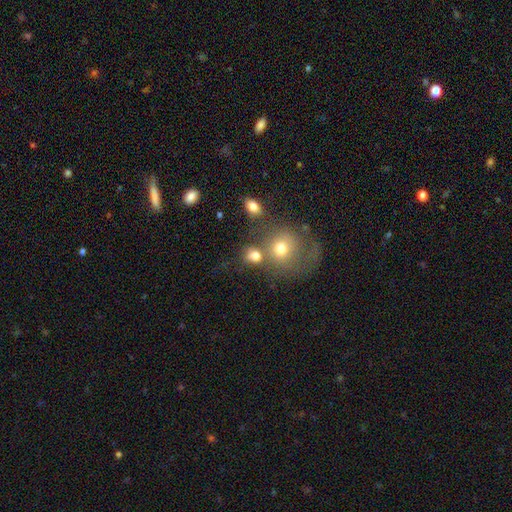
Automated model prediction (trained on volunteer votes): smooth 73%, featured or disk 14%, star or artifact 13%. Down the decision tree: how rounded — round (65%); merging — none (42%).